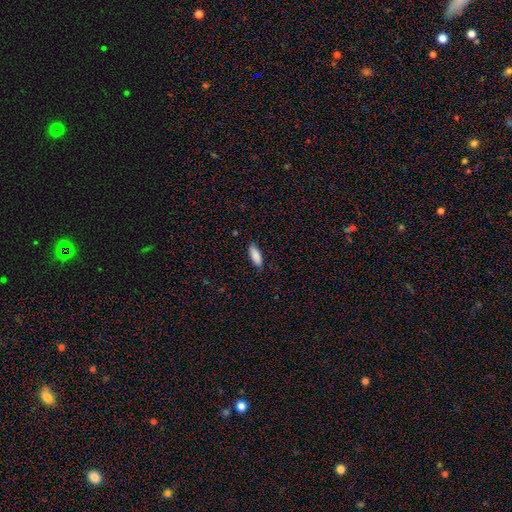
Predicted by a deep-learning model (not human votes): Smooth or featured: smooth — 89% (star or artifact — 6%)
How rounded: in between — 66% (cigar-shaped — 32%)
Merging: none — 85% (minor disturbance — 12%)